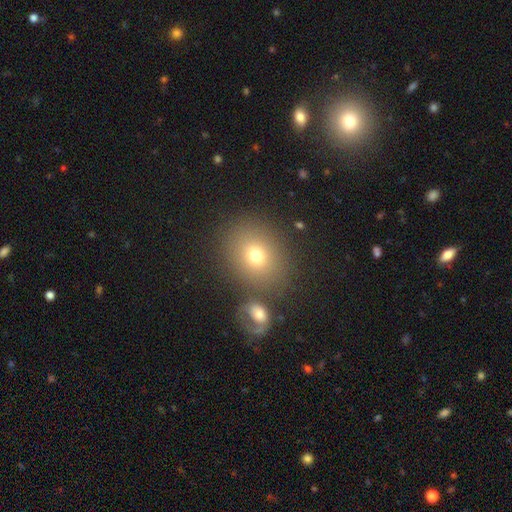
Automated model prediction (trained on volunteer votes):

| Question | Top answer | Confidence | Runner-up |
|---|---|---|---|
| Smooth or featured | smooth | 73% | star or artifact (14%) |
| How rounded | round | 62% | in between (37%) |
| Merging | none | 70% | merger (14%) |